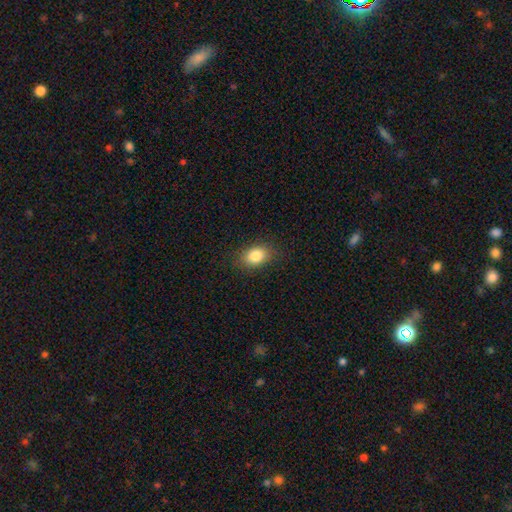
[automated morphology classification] This is clearly a smooth galaxy (84%). How rounded: likely in between (74%). Merging: clearly none (85%).